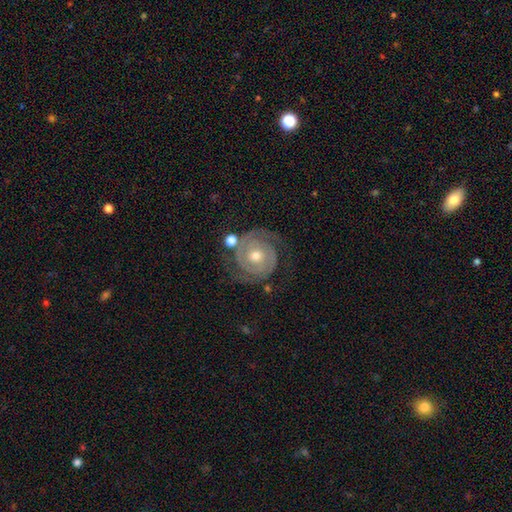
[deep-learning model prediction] Smooth or featured? featured or disk (91%)
Edge-on disk? no (98%)
Bar? no (73%)
Spiral arms? yes (98%)
Spiral winding? tight (73%)
Spiral arm count? 2 (91%)
Bulge size? moderate (65%)
Merging? none (78%)